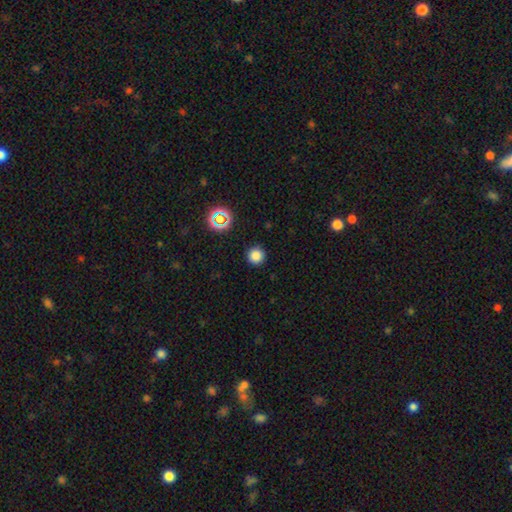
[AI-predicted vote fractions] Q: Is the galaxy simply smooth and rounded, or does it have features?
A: smooth — 80%.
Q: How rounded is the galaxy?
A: round — 96%.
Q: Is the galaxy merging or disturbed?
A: none — 90%.